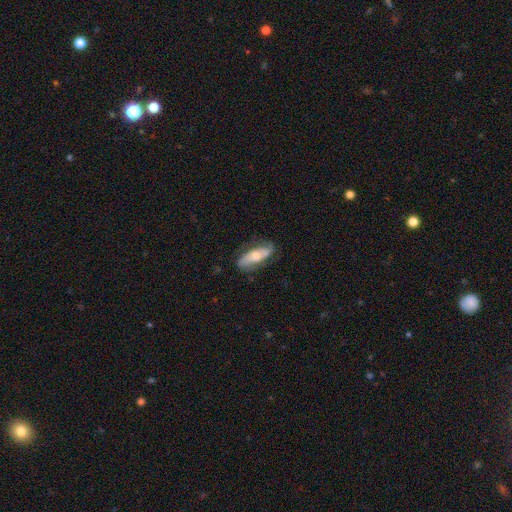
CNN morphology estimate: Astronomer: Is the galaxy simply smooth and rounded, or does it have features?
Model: featured or disk — 55% (runner-up: smooth, 39%).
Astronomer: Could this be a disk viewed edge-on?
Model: no — 79%.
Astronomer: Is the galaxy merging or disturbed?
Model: none — 71%.